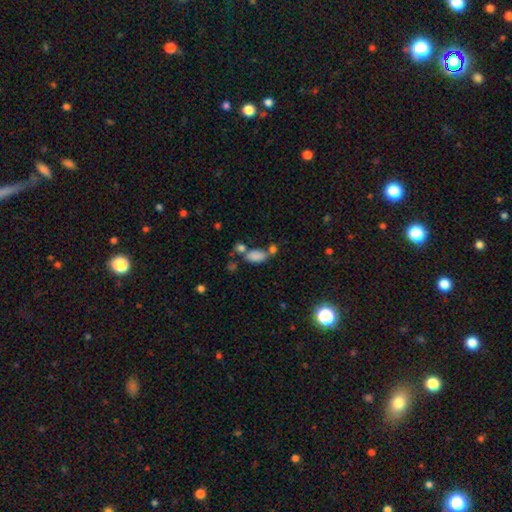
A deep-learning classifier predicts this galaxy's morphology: Smooth or featured?
  - smooth: 82% *
  - star or artifact: 11%
  - featured or disk: 8%
How rounded?
  - in between: 91% *
  - round: 5%
  - cigar-shaped: 4%
Merging?
  - none: 46% *
  - merger: 31%
  - minor disturbance: 15%
  - major disturbance: 7%